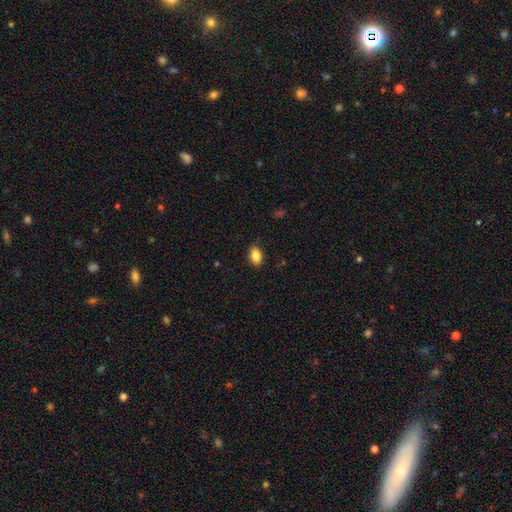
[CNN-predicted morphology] smooth_or_featured: smooth (p=0.85) [alt: star or artifact p=0.08]
how_rounded: in between (p=0.85) [alt: round p=0.13]
merging: none (p=0.85) [alt: minor disturbance p=0.12]